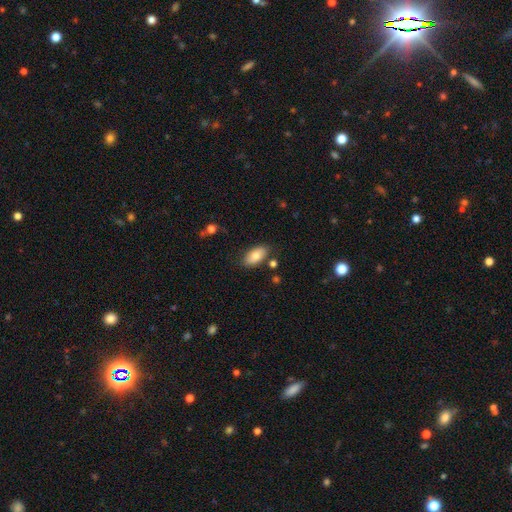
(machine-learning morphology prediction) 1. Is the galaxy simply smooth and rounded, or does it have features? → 80% smooth, 13% featured or disk, 7% star or artifact.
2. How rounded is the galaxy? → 93% in between, 4% cigar-shaped, 3% round.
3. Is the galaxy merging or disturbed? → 81% none, 13% minor disturbance, 4% merger, 3% major disturbance.